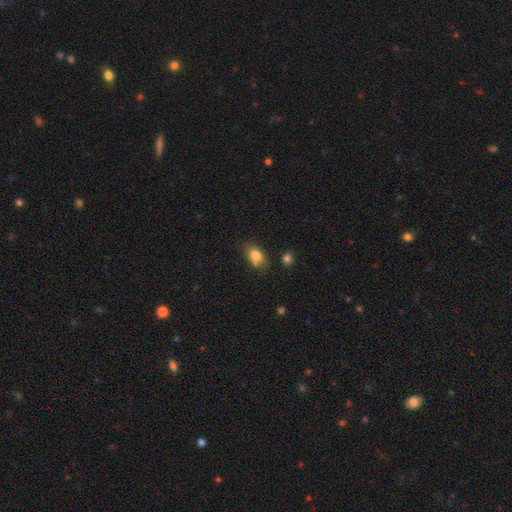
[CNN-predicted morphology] Overall: smooth (80%). How rounded: in between (80%). Merging: none (62%; minor disturbance 22%).